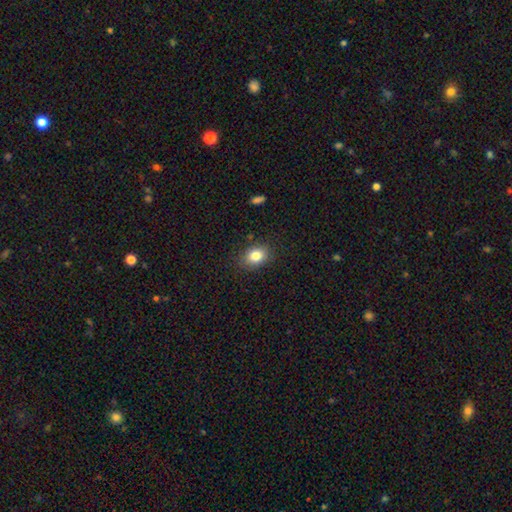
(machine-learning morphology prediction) The model was most divided on "how rounded": in between: 66%, round: 32%, cigar-shaped: 1%. More confident: merging — none (84%); smooth or featured — smooth (83%).